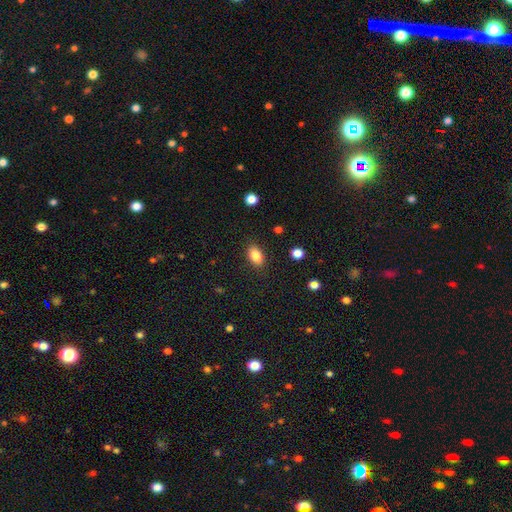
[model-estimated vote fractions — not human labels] smooth_or_featured: smooth (p=0.86) [alt: star or artifact p=0.09]
how_rounded: in between (p=0.88) [alt: round p=0.09]
merging: none (p=0.87) [alt: minor disturbance p=0.10]